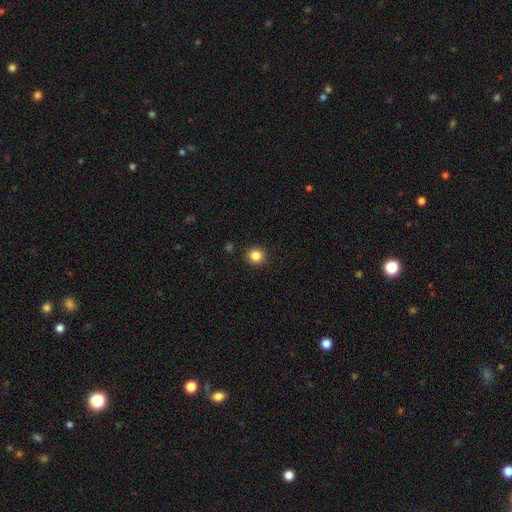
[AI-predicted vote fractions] Overall: smooth (85%). How rounded: round (92%). Merging: none (91%).